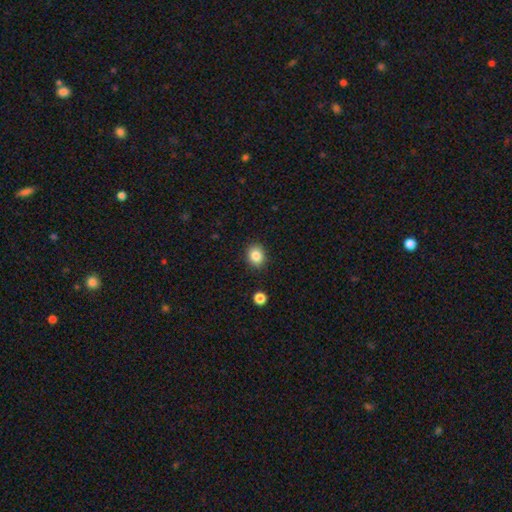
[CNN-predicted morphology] Smooth or featured?
  - smooth: 85% *
  - star or artifact: 10%
  - featured or disk: 5%
How rounded?
  - round: 58% *
  - in between: 42%
  - cigar-shaped: 1%
Merging?
  - none: 88% *
  - minor disturbance: 8%
  - major disturbance: 2%
  - merger: 2%